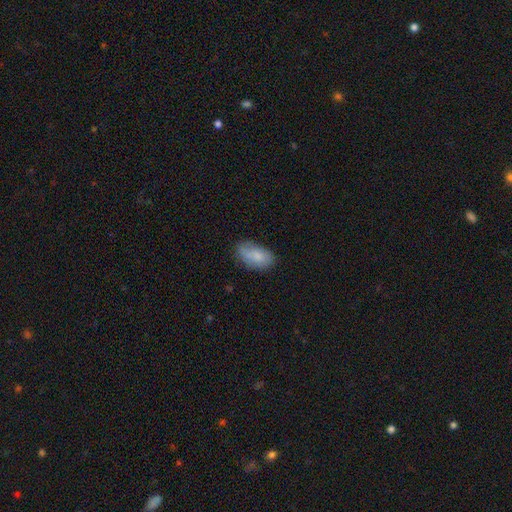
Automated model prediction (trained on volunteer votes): Smooth or featured? Predicted: smooth (p=0.78). How rounded? Predicted: in between (p=0.92). Merging? Predicted: none (p=0.64).